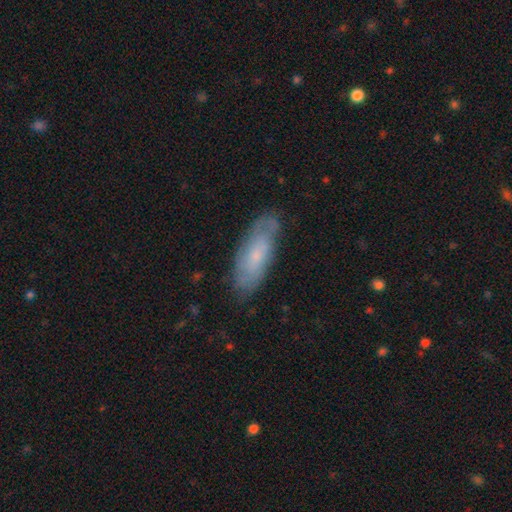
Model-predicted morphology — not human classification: A smooth galaxy with no disk features (52%) that is in between round and cigar-shaped (66%). Merging: none (76%).